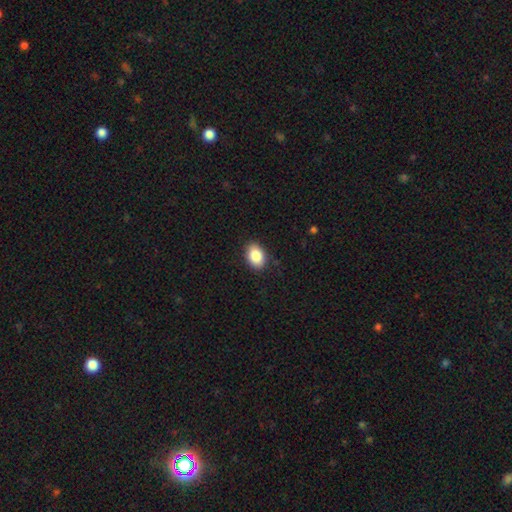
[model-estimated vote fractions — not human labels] A smooth galaxy with no disk features (87%) that is in between round and cigar-shaped (83%).

Vote fractions:
- Smooth or featured? smooth: 87% / star or artifact: 8% / featured or disk: 5%
- How rounded? in between: 83% / round: 15% / cigar-shaped: 1%
- Merging? none: 87% / minor disturbance: 10% / major disturbance: 2% / merger: 1%